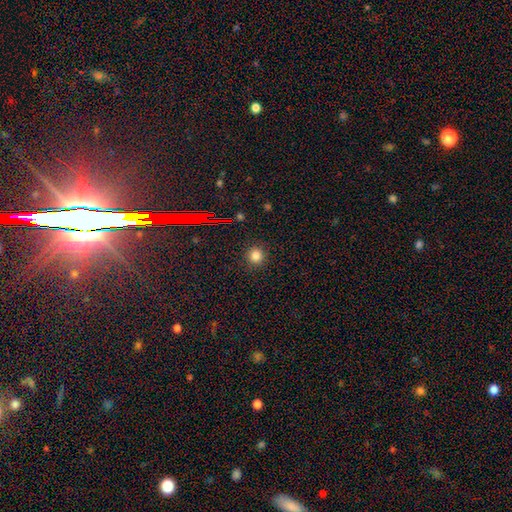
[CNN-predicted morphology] The model was most divided on "smooth or featured": smooth: 80%, star or artifact: 15%, featured or disk: 5%. More confident: how rounded — round (92%); merging — none (90%).